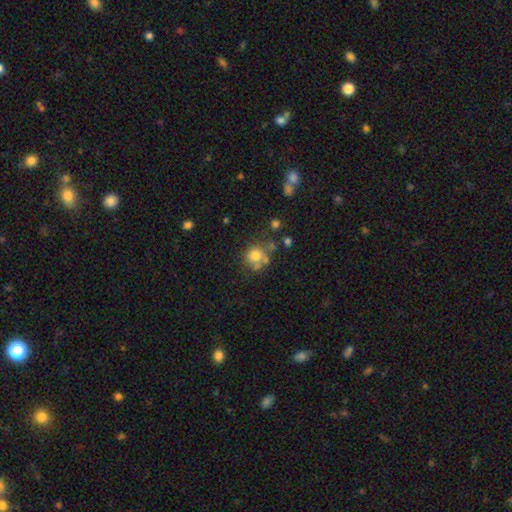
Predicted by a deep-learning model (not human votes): Overall: smooth (71%). How rounded: round (80%). Merging: none (50%; merger 22%).